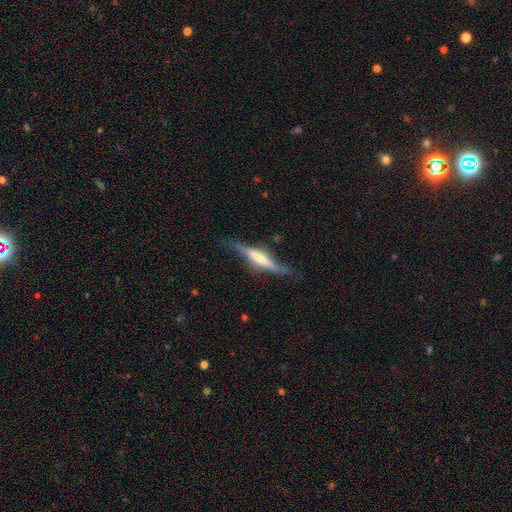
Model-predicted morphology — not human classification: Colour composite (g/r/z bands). It shows a featured or disk galaxy (70%) viewed edge-on (88%) with a rounded central bulge (51%). Merging: none (66%).